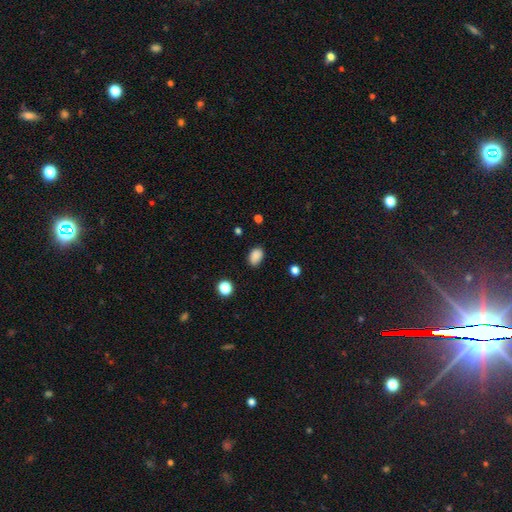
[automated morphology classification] Smooth or featured: smooth — 87% (star or artifact — 10%)
How rounded: in between — 84% (round — 15%)
Merging: none — 81% (minor disturbance — 15%)